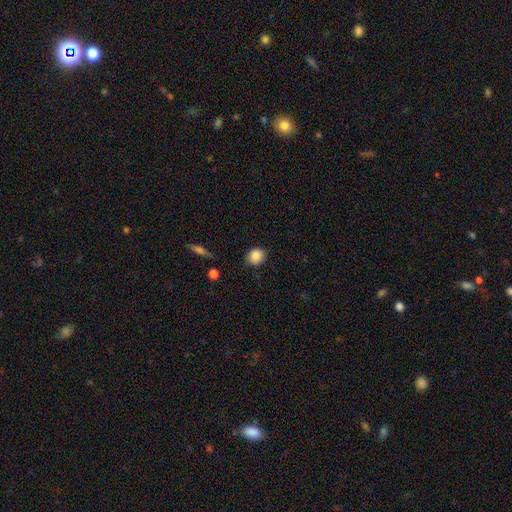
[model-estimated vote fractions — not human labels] smooth 86%, star or artifact 9%, featured or disk 5%. Down the decision tree: how rounded — round (82%); merging — none (81%).